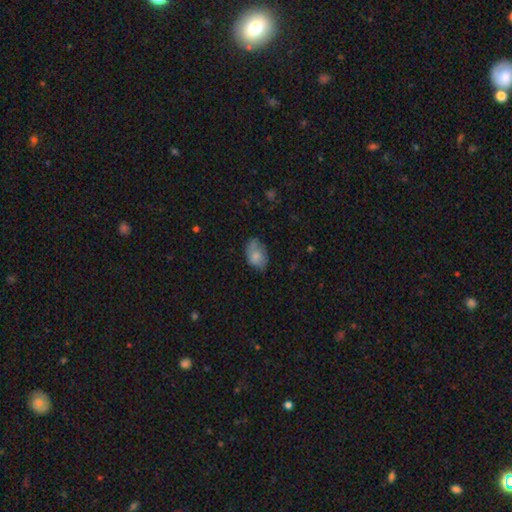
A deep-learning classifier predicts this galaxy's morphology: This is likely a smooth galaxy (77%). How rounded: clearly in between (87%). Merging: likely none (61%).